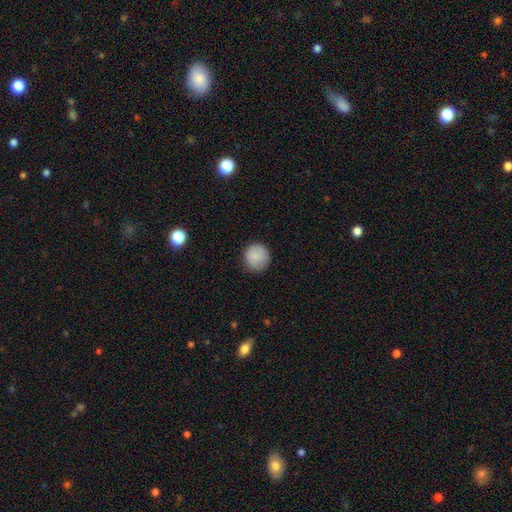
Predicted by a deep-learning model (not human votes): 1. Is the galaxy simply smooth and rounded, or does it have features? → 86% smooth, 8% star or artifact, 6% featured or disk.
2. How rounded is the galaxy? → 92% round, 7% in between, 1% cigar-shaped.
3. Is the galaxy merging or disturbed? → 86% none, 10% minor disturbance, 2% major disturbance, 1% merger.